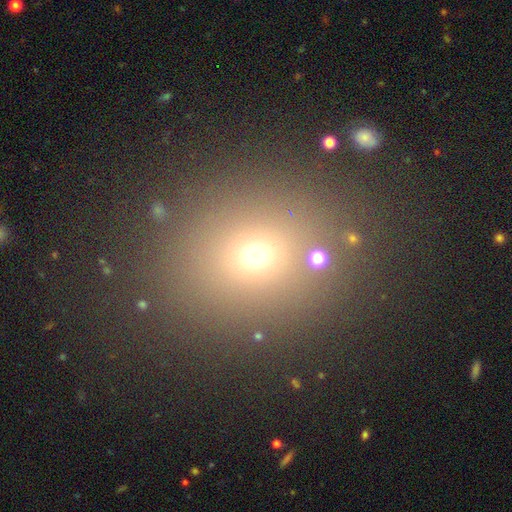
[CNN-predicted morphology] smooth 64%, star or artifact 26%, featured or disk 10%. Down the decision tree: how rounded — round (66%); merging — none (82%).